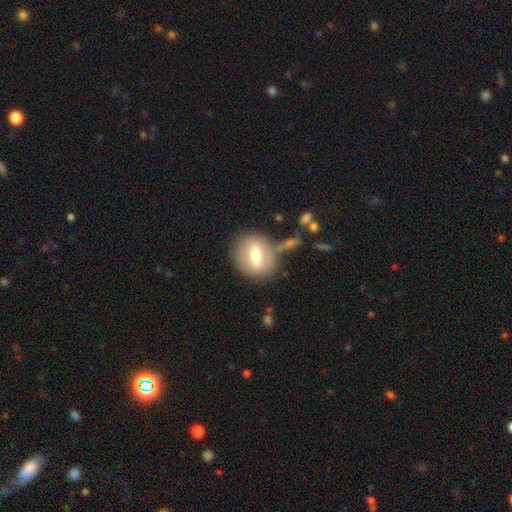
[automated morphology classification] smooth 49%, featured or disk 43%, star or artifact 8%. Down the decision tree: merging — none (69%).